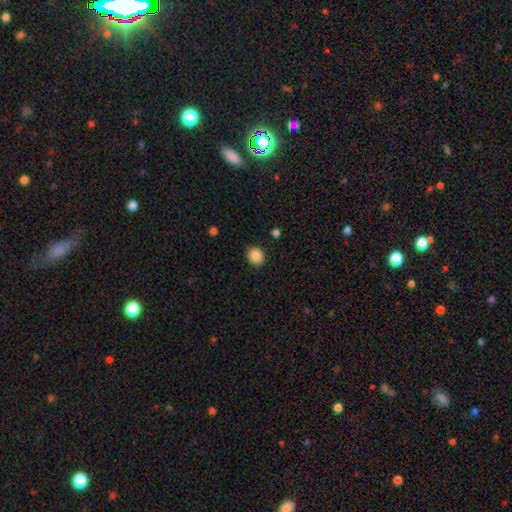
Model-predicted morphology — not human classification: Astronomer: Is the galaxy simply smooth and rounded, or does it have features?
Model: smooth — 87%.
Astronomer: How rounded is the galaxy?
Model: round — 80%.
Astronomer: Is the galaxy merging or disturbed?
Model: none — 90%.